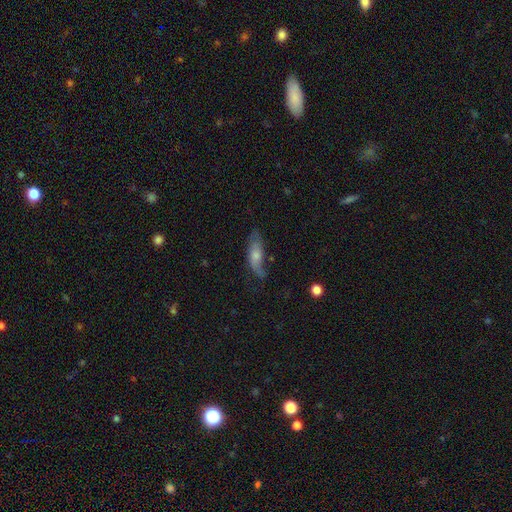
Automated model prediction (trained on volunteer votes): The model was most divided on "smooth or featured": smooth: 53%, featured or disk: 41%, star or artifact: 7%. Remaining: how rounded — in between (66%); merging — none (47%).